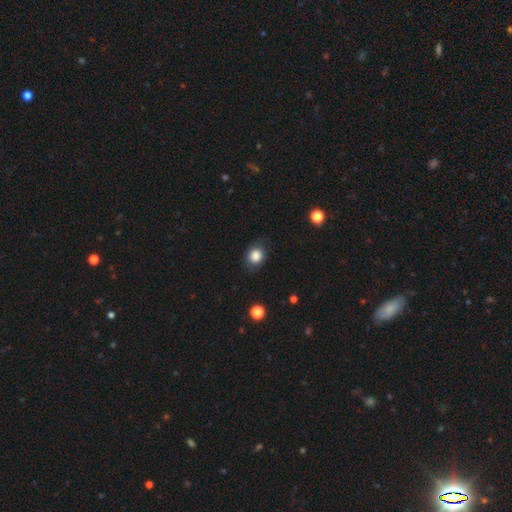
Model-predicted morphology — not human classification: The model was most divided on "how rounded": round: 64%, in between: 35%, cigar-shaped: 1%. More confident: smooth or featured — smooth (85%); merging — none (79%).